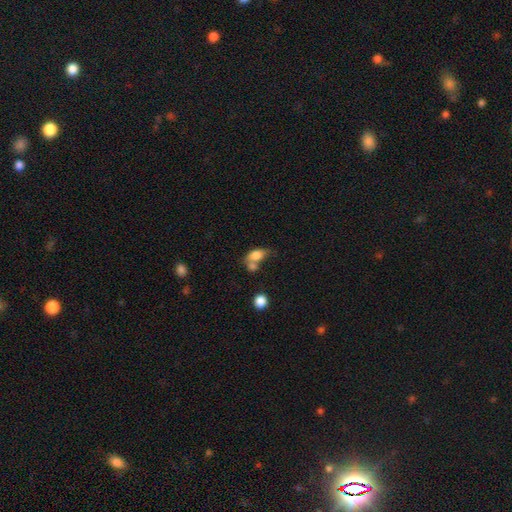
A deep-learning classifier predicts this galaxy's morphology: Q: Smooth or featured?
A: smooth (77%); runner-up: featured or disk (14%)
Q: How rounded?
A: in between (82%); runner-up: round (13%)
Q: Merging?
A: merger (43%); runner-up: none (31%)